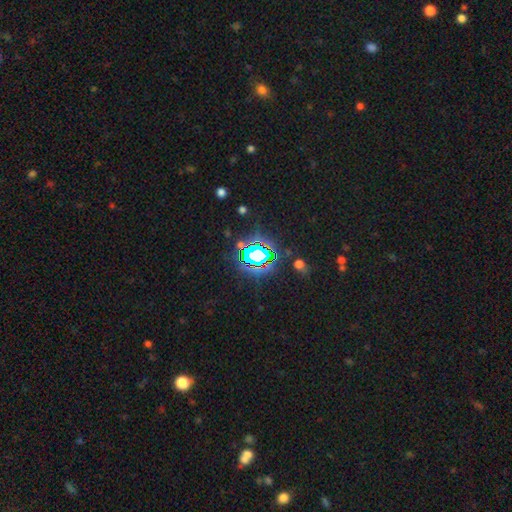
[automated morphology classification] smooth-or-featured: star or artifact: 73% | smooth: 16% | featured or disk: 11%